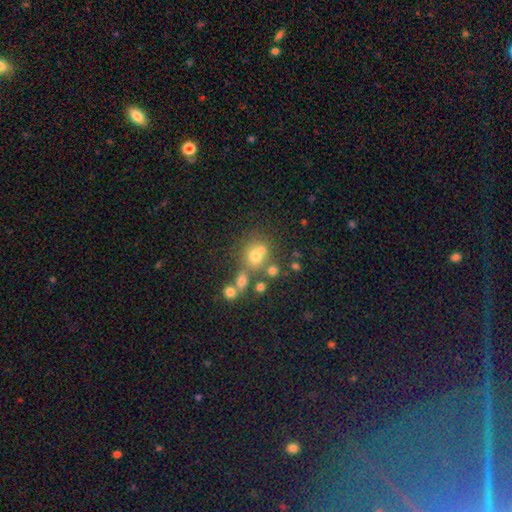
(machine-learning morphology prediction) A smooth galaxy with no disk features (62%) that is round (80%). Merging: none (47%).